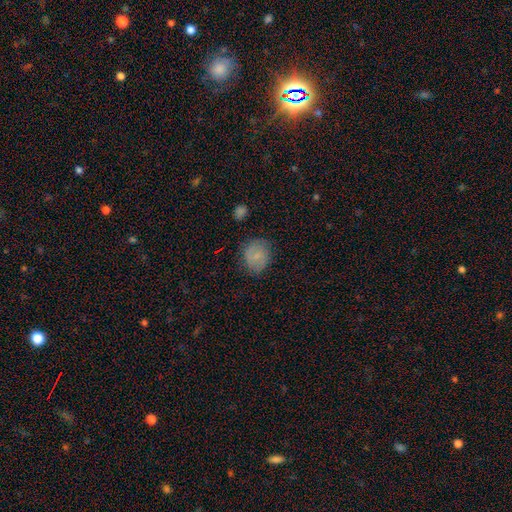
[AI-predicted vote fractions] This appears to be a smooth galaxy with no disk features (72%) that is round (70%). Merging: none (76%).